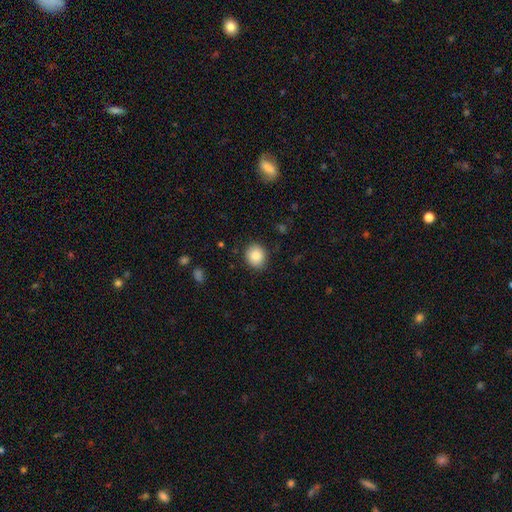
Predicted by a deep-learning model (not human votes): The model was most divided on "how rounded": round: 71%, in between: 28%, cigar-shaped: 1%. More confident: smooth or featured — smooth (87%); merging — none (86%).